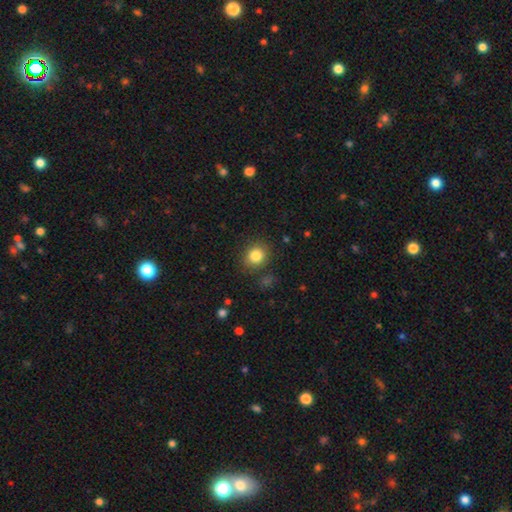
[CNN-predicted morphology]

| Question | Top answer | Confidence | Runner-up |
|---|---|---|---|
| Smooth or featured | smooth | 83% | star or artifact (11%) |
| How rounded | round | 78% | in between (21%) |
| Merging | none | 85% | minor disturbance (9%) |